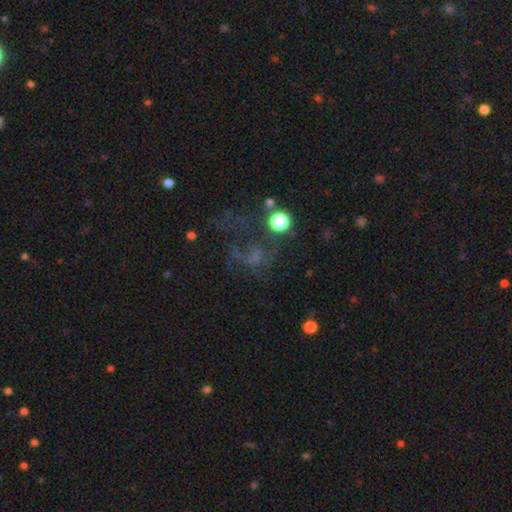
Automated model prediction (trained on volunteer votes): Smooth or featured: star or artifact — 35% (featured or disk — 33%)